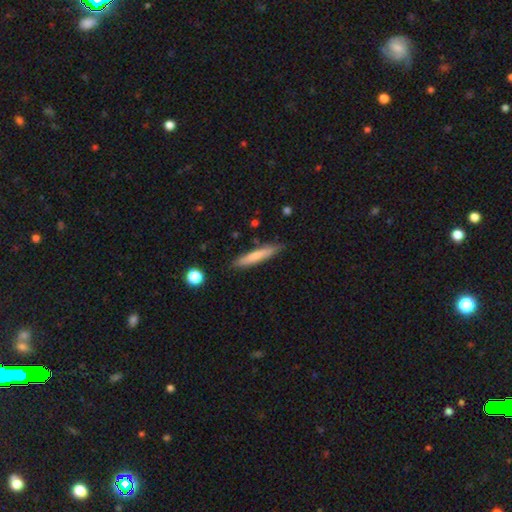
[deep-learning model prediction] A smooth galaxy with no disk features (72%) that is cigar-shaped (90%). Merging: none (83%).